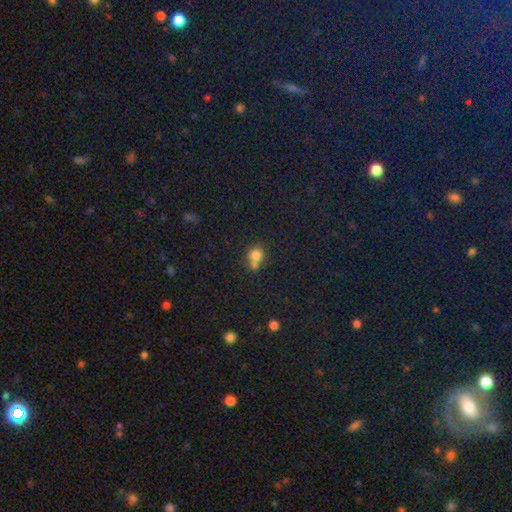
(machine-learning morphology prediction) This appears to be a smooth galaxy with no disk features (75%) that is round (82%). Merging: merger (45%).